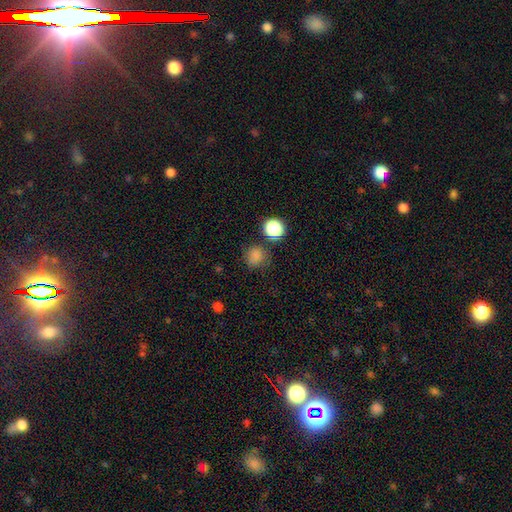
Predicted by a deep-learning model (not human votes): Q: Smooth or featured?
A: smooth (78%); runner-up: star or artifact (17%)
Q: How rounded?
A: round (86%); runner-up: in between (13%)
Q: Merging?
A: none (74%); runner-up: minor disturbance (15%)